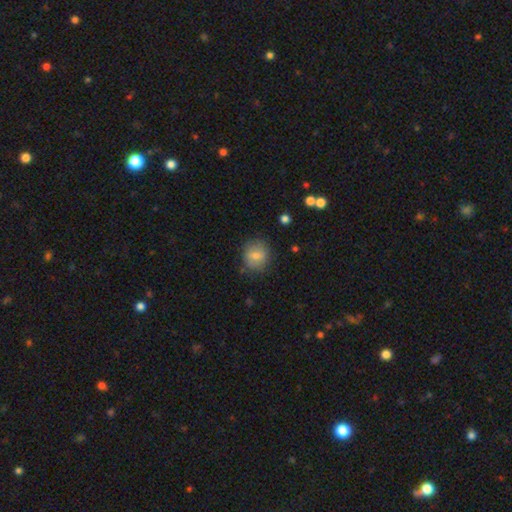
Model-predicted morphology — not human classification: smooth-or-featured: smooth: 77% | featured or disk: 14% | star or artifact: 10%
  how-rounded: round: 78% | in between: 20% | cigar-shaped: 1%
  merging: none: 81% | minor disturbance: 13% | major disturbance: 4% | merger: 2%